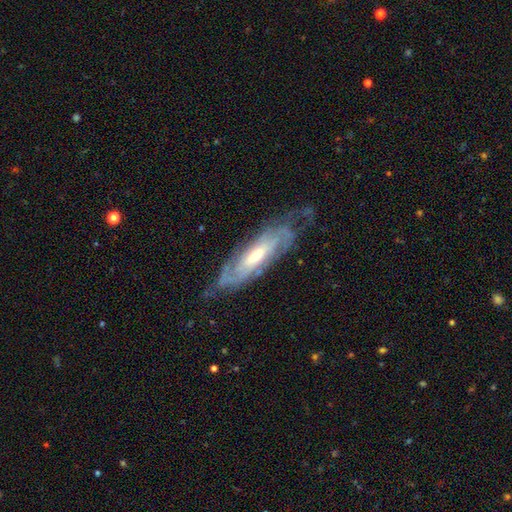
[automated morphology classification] Smooth or featured?
  - featured or disk: 81% *
  - smooth: 14%
  - star or artifact: 5%
Edge-on disk?
  - no: 79% *
  - yes: 21%
Bar?
  - no: 50% *
  - weak: 36%
  - strong: 14%
Spiral arms?
  - yes: 91% *
  - no: 9%
Spiral winding?
  - tight: 61% *
  - medium: 30%
  - loose: 9%
Spiral arm count?
  - can't tell: 50% *
  - 2: 27%
  - 3: 10%
  - 4: 6%
  - 1: 4%
  - more than 4: 4%
Bulge size?
  - moderate: 59% *
  - small: 29%
  - large: 9%
  - none: 2%
  - dominant: 1%
Merging?
  - none: 64% *
  - minor disturbance: 24%
  - major disturbance: 11%
  - merger: 2%